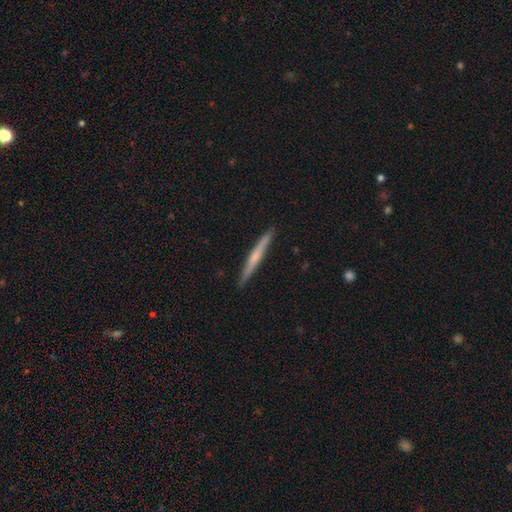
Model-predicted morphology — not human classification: A featured or disk galaxy (54%) viewed edge-on (97%) with no central bulge (49%). Merging: none (91%).